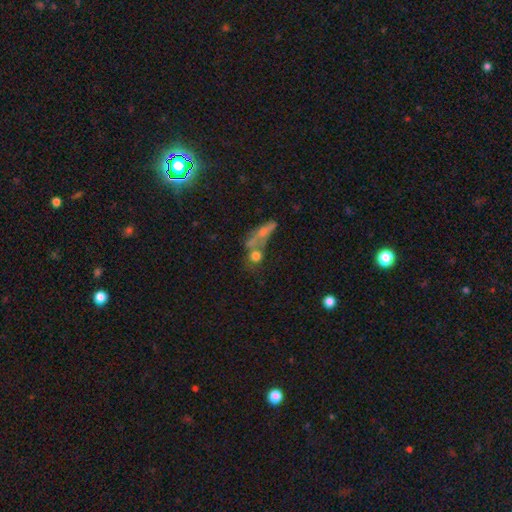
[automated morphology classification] Q: Smooth or featured?
A: smooth (64%); runner-up: featured or disk (21%)
Q: How rounded?
A: round (63%); runner-up: in between (28%)
Q: Merging?
A: merger (43%); runner-up: none (34%)